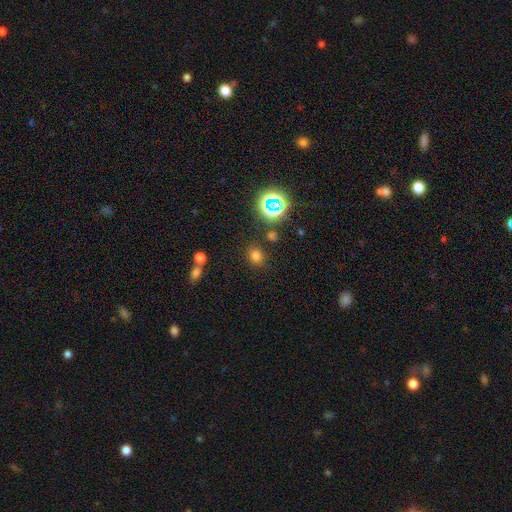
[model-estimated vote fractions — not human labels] The model was most divided on "how rounded": round: 69%, in between: 29%, cigar-shaped: 1%. More confident: merging — none (82%); smooth or featured — smooth (70%).